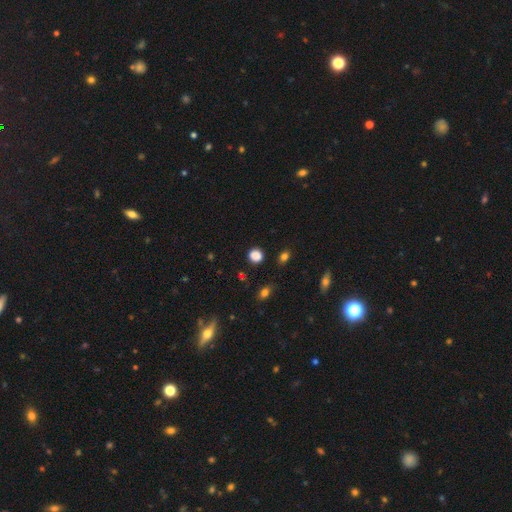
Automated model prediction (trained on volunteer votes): This is clearly a smooth galaxy (80%). How rounded: clearly round (81%). Merging: clearly none (83%).